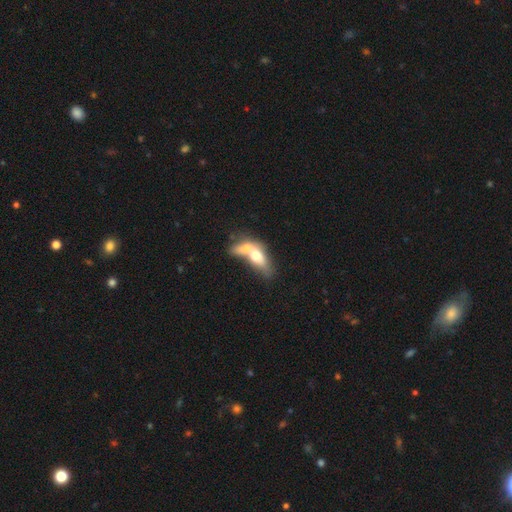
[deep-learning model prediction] Q: Smooth or featured?
A: smooth (61%); runner-up: featured or disk (32%)
Q: How rounded?
A: in between (70%); runner-up: cigar-shaped (19%)
Q: Merging?
A: merger (75%); runner-up: none (12%)